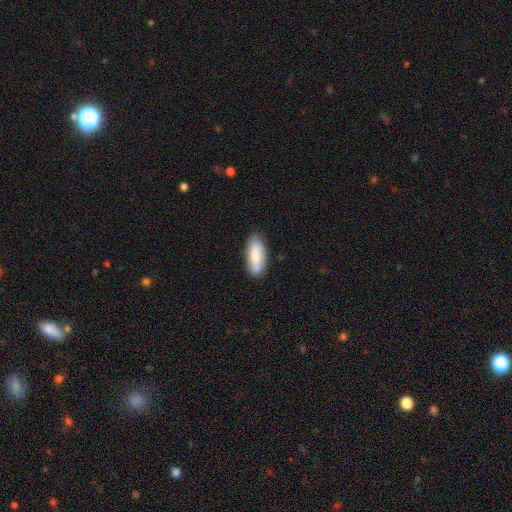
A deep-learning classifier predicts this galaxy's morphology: Smooth or featured: smooth — 79% (featured or disk — 15%)
How rounded: in between — 73% (cigar-shaped — 25%)
Merging: none — 76% (minor disturbance — 18%)